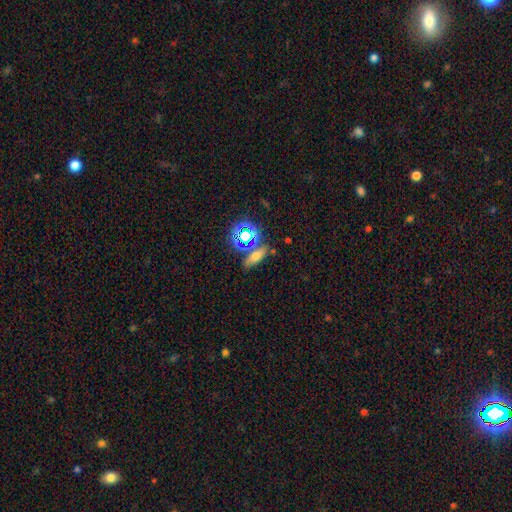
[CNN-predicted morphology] smooth_or_featured: smooth (p=0.54) [alt: star or artifact p=0.27]
how_rounded: in between (p=0.55) [alt: cigar-shaped p=0.31]
merging: none (p=0.72) [alt: merger p=0.13]